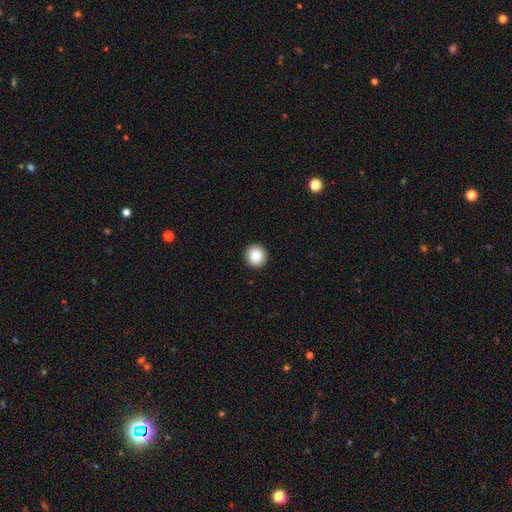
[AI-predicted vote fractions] A smooth galaxy with no disk features (83%) that is round (95%).

Vote fractions:
- Smooth or featured? smooth: 83% / star or artifact: 9% / featured or disk: 7%
- How rounded? round: 95% / in between: 5% / cigar-shaped: 1%
- Merging? none: 94% / minor disturbance: 4% / major disturbance: 1% / merger: 1%